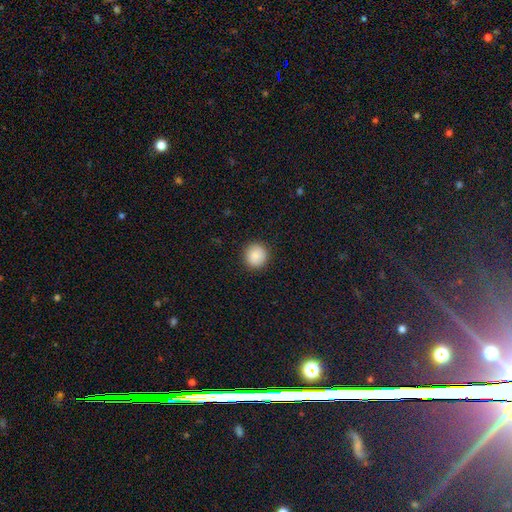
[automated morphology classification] The model was most divided on "smooth or featured": smooth: 88%, star or artifact: 8%, featured or disk: 4%. More confident: how rounded — round (93%); merging — none (92%).